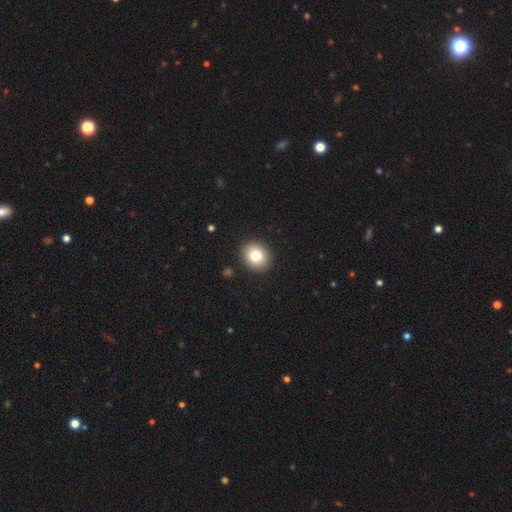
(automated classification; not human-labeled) A smooth galaxy with no disk features (79%) that is round (65%).

Vote fractions:
- Smooth or featured? smooth: 79% / featured or disk: 11% / star or artifact: 10%
- How rounded? round: 65% / in between: 34% / cigar-shaped: 1%
- Merging? none: 91% / minor disturbance: 6% / major disturbance: 2% / merger: 1%